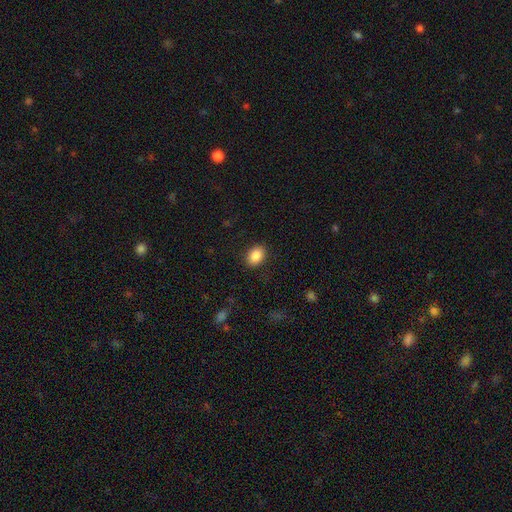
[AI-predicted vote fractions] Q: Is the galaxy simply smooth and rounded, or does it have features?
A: smooth — 88%.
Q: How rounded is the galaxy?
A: in between — 75%.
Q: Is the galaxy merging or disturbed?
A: none — 88%.